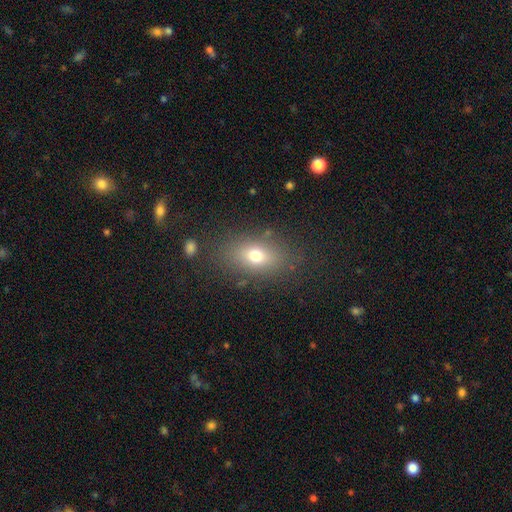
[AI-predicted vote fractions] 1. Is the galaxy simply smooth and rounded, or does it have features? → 71% smooth, 16% featured or disk, 14% star or artifact.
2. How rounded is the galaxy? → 77% in between, 19% round, 3% cigar-shaped.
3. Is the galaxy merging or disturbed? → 80% none, 12% minor disturbance, 6% major disturbance, 3% merger.